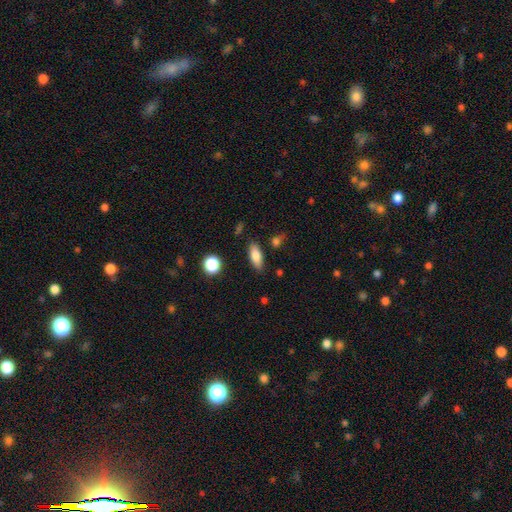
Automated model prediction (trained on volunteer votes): The model was most divided on "how rounded": in between: 74%, cigar-shaped: 21%, round: 4%. More confident: merging — none (83%); smooth or featured — smooth (79%).